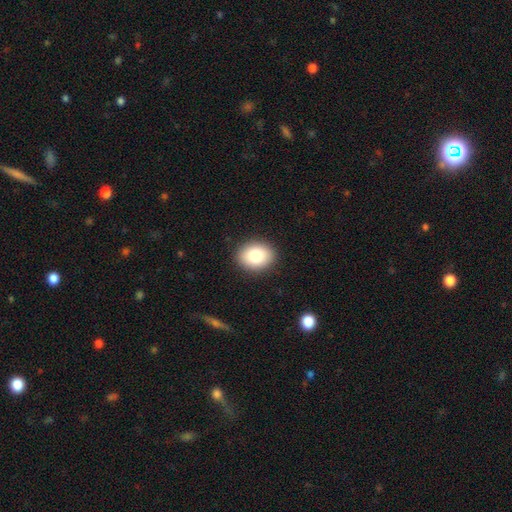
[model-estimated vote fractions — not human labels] This appears to be a smooth galaxy with no disk features (83%) that is in between round and cigar-shaped (55%). Merging: none (90%).